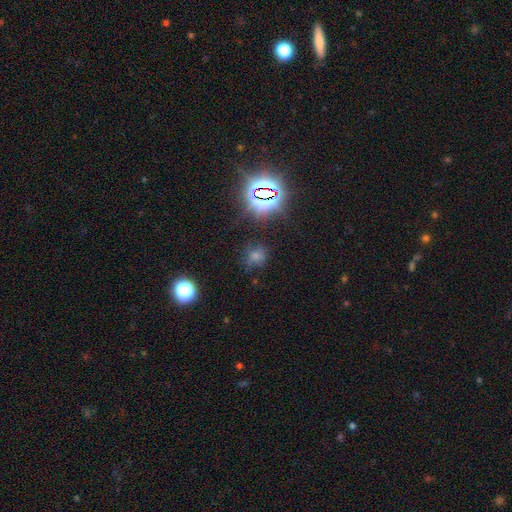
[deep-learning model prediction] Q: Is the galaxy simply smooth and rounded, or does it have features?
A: star or artifact — 50%.